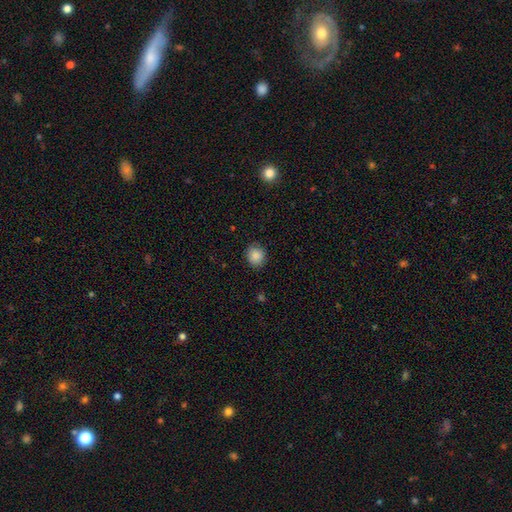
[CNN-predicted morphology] smooth_or_featured: smooth (p=0.88) [alt: star or artifact p=0.09]
how_rounded: round (p=0.82) [alt: in between p=0.18]
merging: none (p=0.88) [alt: minor disturbance p=0.09]